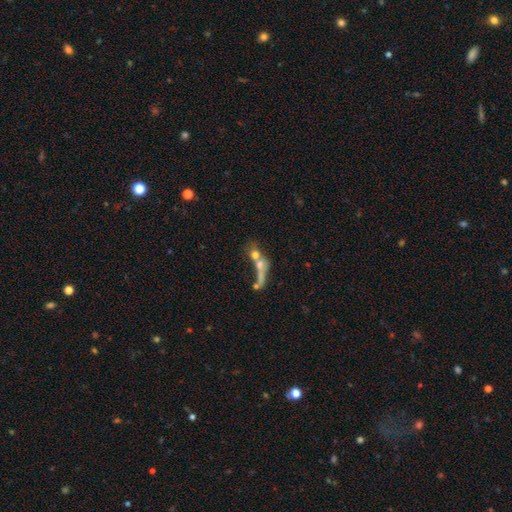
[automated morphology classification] This is possibly a smooth galaxy (49%). Merging: possibly merger (55%).